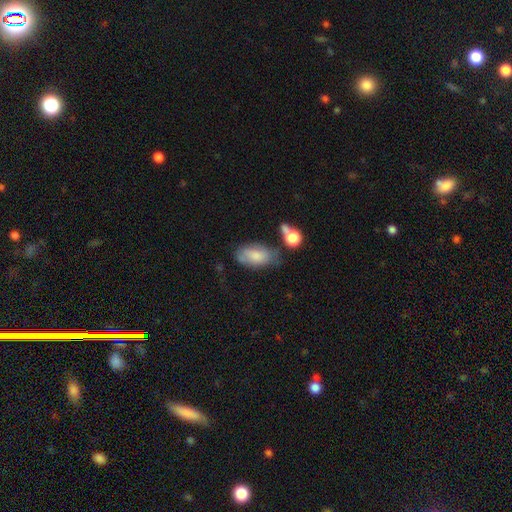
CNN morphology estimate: Q: Smooth or featured?
A: smooth (75%); runner-up: featured or disk (18%)
Q: How rounded?
A: in between (93%); runner-up: round (5%)
Q: Merging?
A: none (51%); runner-up: minor disturbance (27%)